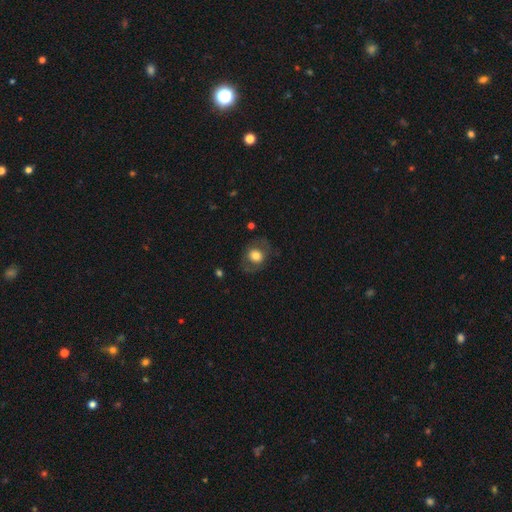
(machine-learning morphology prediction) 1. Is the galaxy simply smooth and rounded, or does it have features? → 63% smooth, 29% featured or disk, 8% star or artifact.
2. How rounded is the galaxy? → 62% round, 36% in between, 1% cigar-shaped.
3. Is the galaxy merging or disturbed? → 73% none, 15% minor disturbance, 11% major disturbance, 1% merger.